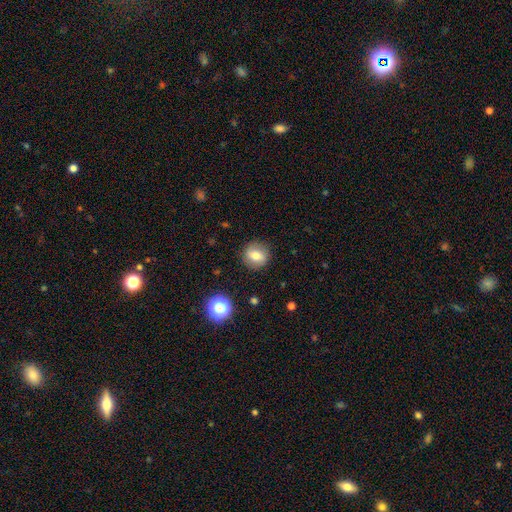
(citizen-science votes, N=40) smooth_or_featured: smooth (p=0.78) [alt: featured or disk p=0.20]
how_rounded: round (p=0.81) [alt: in between p=0.19]
merging: none (p=0.92) [alt: major disturbance p=0.05]